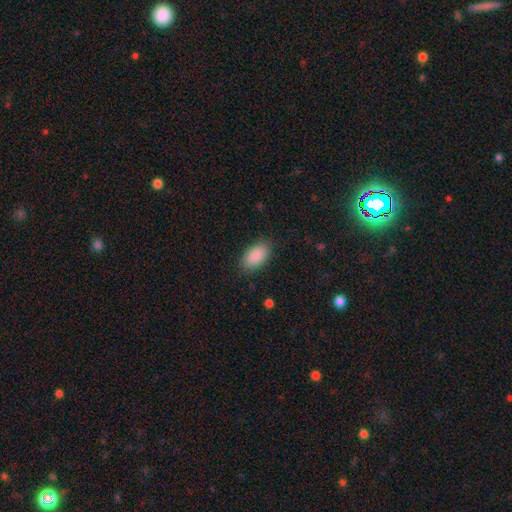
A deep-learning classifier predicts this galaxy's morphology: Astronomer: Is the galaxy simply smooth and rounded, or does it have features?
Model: smooth — 89%.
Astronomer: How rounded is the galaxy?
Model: in between — 94%.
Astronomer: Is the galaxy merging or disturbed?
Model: none — 86%.